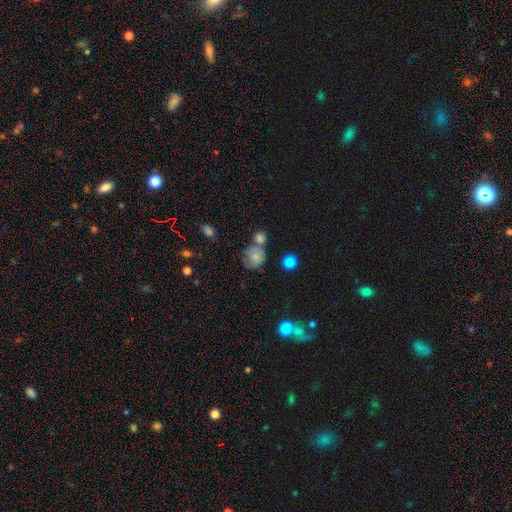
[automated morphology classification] Smooth or featured?
  - smooth: 70% *
  - featured or disk: 19%
  - star or artifact: 11%
How rounded?
  - round: 76% *
  - in between: 23%
  - cigar-shaped: 1%
Merging?
  - none: 43% *
  - merger: 29%
  - minor disturbance: 19%
  - major disturbance: 10%